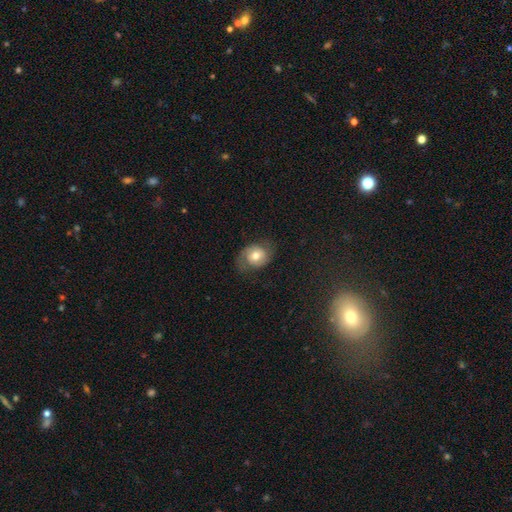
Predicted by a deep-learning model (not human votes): smooth-or-featured: smooth: 56% | featured or disk: 35% | star or artifact: 9%
  how-rounded: round: 50% | in between: 49% | cigar-shaped: 1%
  merging: none: 61% | minor disturbance: 24% | major disturbance: 14% | merger: 1%